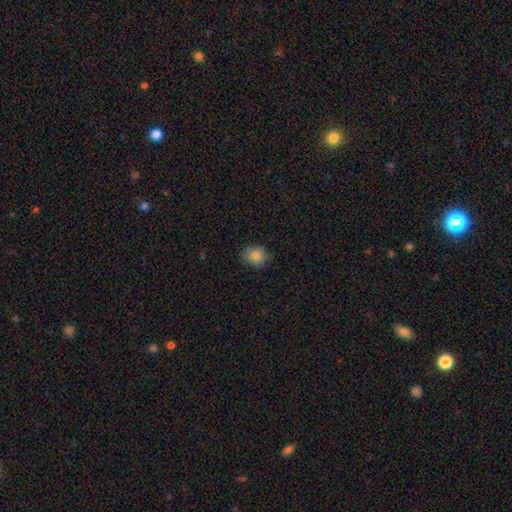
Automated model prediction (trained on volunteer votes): Smooth or featured? Predicted: smooth (p=0.83). How rounded? Predicted: round (p=0.67). Merging? Predicted: none (p=0.81).